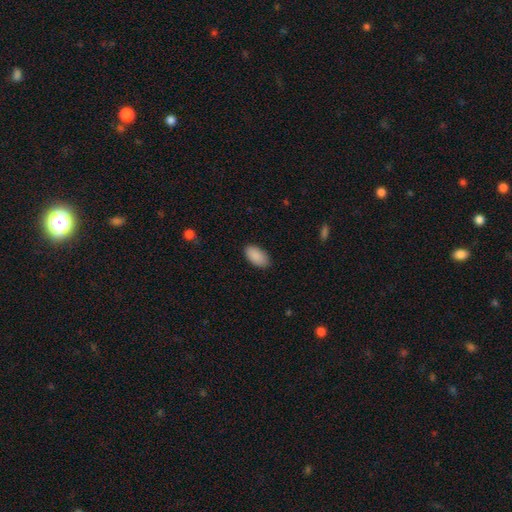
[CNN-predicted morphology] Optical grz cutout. It shows a smooth galaxy with no disk features (90%) that is in between round and cigar-shaped (95%). Merging: none (86%).